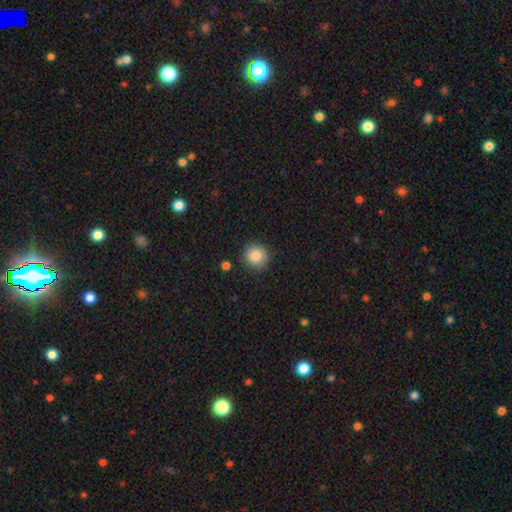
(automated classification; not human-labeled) Overall: smooth (86%). How rounded: round (92%). Merging: none (88%).